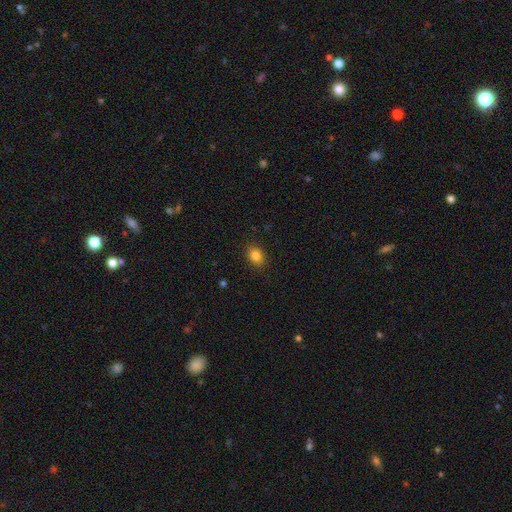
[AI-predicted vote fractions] Smooth or featured? smooth (84%)
How rounded? in between (65%)
Merging? none (88%)